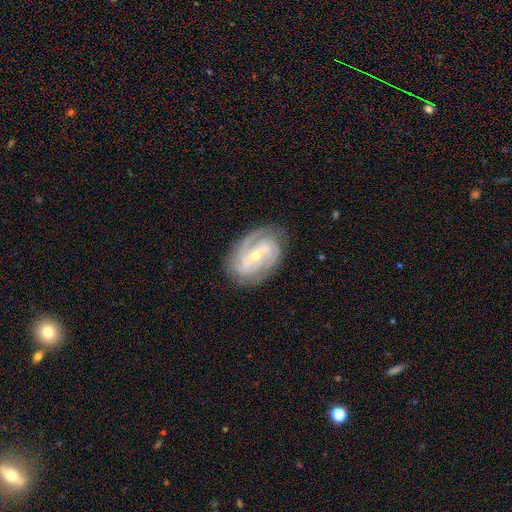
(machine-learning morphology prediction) Smooth or featured? Predicted: featured or disk (p=0.89). Edge-on disk? Predicted: no (p=0.96). Bar? Predicted: weak (p=0.41). Spiral arms? Predicted: yes (p=0.97). Spiral winding? Predicted: tight (p=0.51). Spiral arm count? Predicted: 2 (p=0.49). Bulge size? Predicted: small (p=0.60). Merging? Predicted: none (p=0.80).